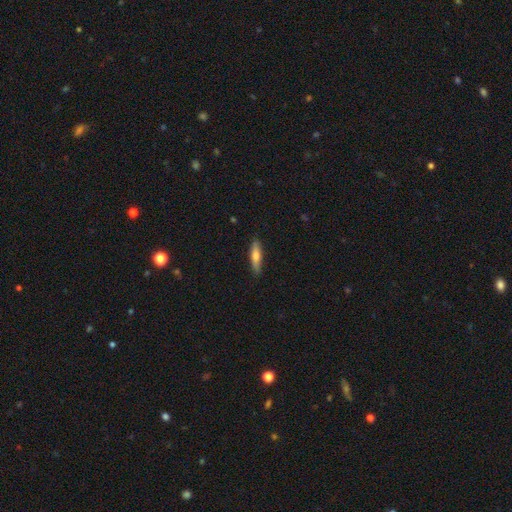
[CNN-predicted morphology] Overall: smooth (66%; featured or disk 28%). How rounded: cigar-shaped (77%). Merging: none (86%).